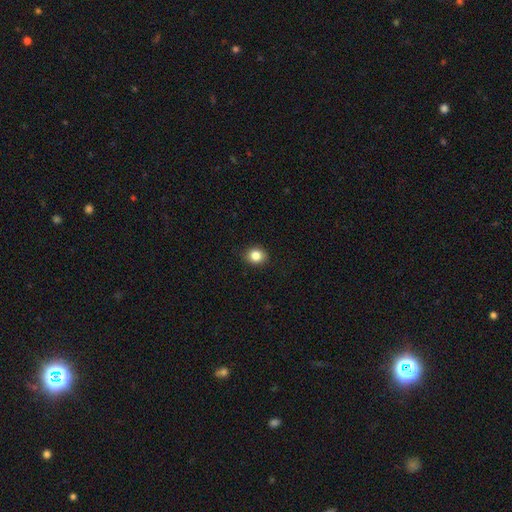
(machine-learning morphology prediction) smooth 84%, star or artifact 10%, featured or disk 5%. Down the decision tree: how rounded — round (74%); merging — none (90%).